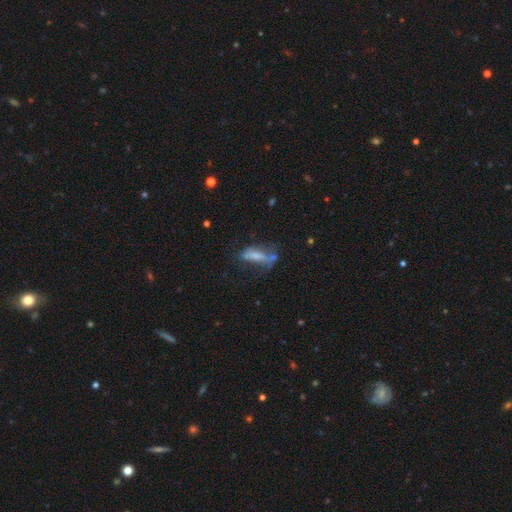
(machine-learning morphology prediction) The model was most divided on "how rounded": in between: 51%, cigar-shaped: 46%, round: 3%. Remaining: smooth or featured — smooth (58%); merging — none (34%).